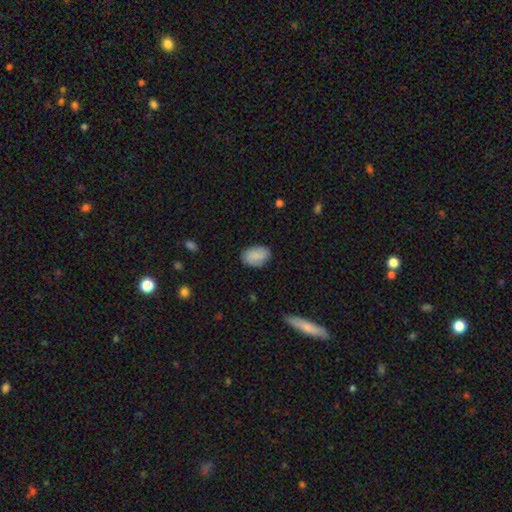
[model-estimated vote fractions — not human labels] A smooth galaxy with no disk features (84%) that is in between round and cigar-shaped (86%).

Vote fractions:
- Smooth or featured? smooth: 84% / featured or disk: 10% / star or artifact: 7%
- How rounded? in between: 86% / round: 12% / cigar-shaped: 1%
- Merging? none: 83% / minor disturbance: 13% / major disturbance: 3% / merger: 1%